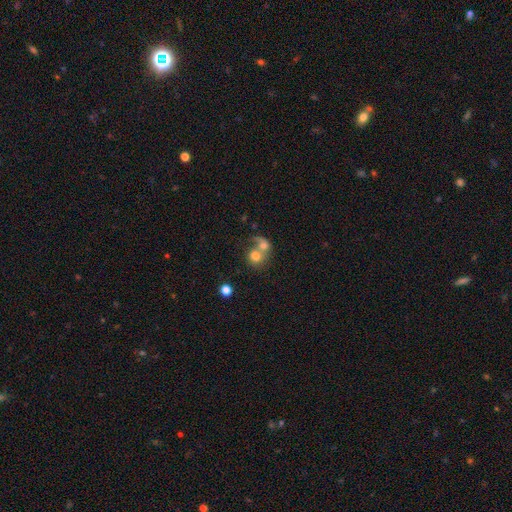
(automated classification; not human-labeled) This appears to be a smooth galaxy with no disk features (68%) that is round (75%). Merging: merger (70%).